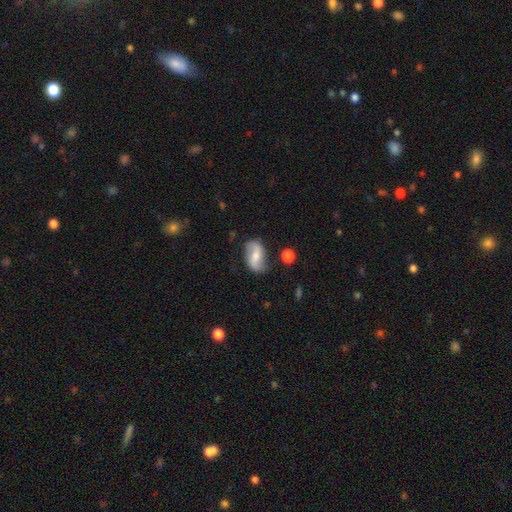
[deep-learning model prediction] Morphology: type=featured or disk (57%); edge-on=no (95%); bar=weak (40%); spiral arms=yes (85%); bulge=moderate (48%); merging=none (73%).